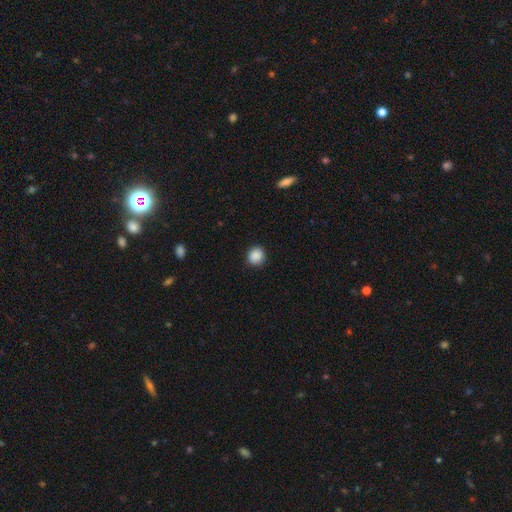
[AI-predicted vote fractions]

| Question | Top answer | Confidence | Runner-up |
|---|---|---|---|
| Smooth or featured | smooth | 88% | star or artifact (9%) |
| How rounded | round | 90% | in between (9%) |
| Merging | none | 88% | minor disturbance (9%) |